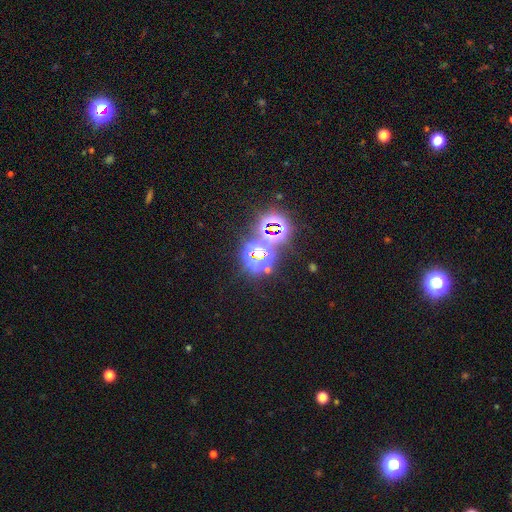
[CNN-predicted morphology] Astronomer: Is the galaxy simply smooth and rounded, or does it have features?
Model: star or artifact — 75%.